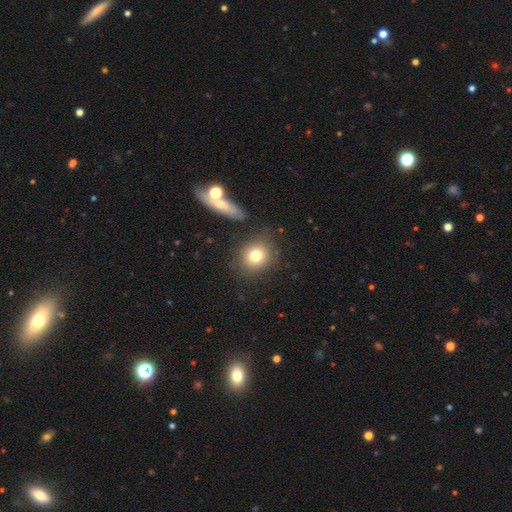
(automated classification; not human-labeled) smooth 77%, featured or disk 11%, star or artifact 11%. Down the decision tree: how rounded — round (81%); merging — none (80%).